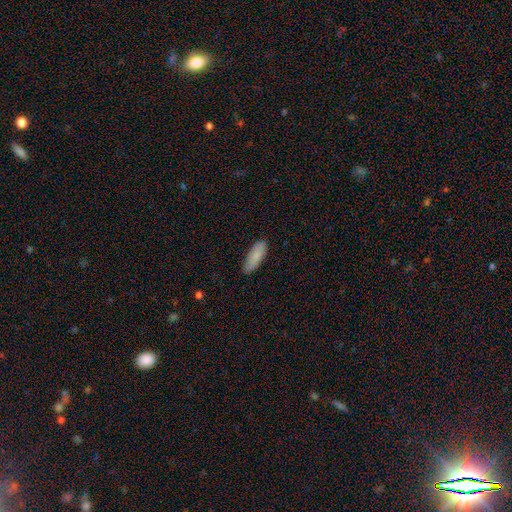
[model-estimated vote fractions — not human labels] A smooth galaxy with no disk features (86%) that is in between round and cigar-shaped (63%).

Vote fractions:
- Smooth or featured? smooth: 86% / featured or disk: 8% / star or artifact: 6%
- How rounded? in between: 63% / cigar-shaped: 36% / round: 2%
- Merging? none: 83% / minor disturbance: 14% / major disturbance: 2% / merger: 1%